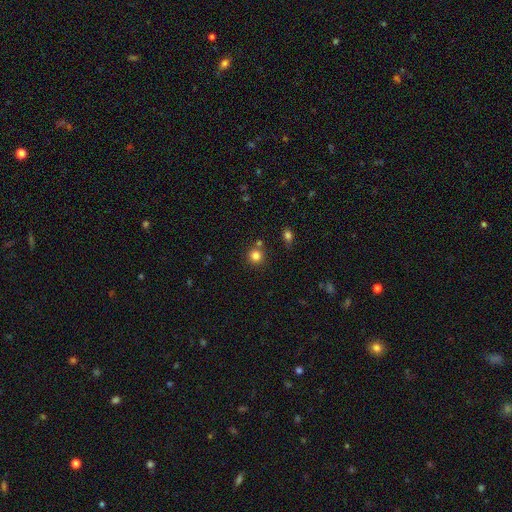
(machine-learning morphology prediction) This is clearly a smooth galaxy (82%). How rounded: clearly round (93%). Merging: likely none (78%).